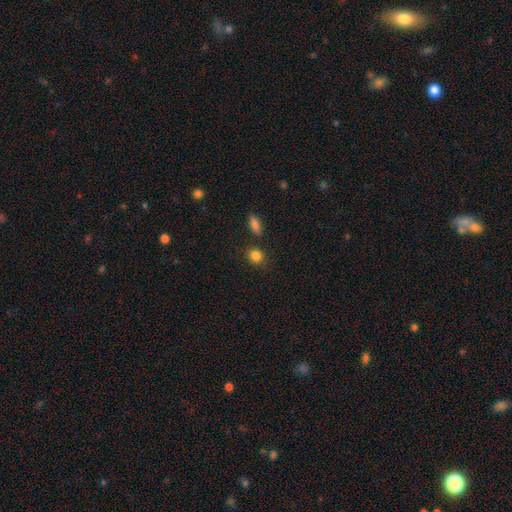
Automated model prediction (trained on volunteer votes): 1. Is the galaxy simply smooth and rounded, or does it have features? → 85% smooth, 10% star or artifact, 5% featured or disk.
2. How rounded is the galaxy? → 77% round, 21% in between, 2% cigar-shaped.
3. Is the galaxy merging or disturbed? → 80% none, 10% minor disturbance, 7% merger, 3% major disturbance.